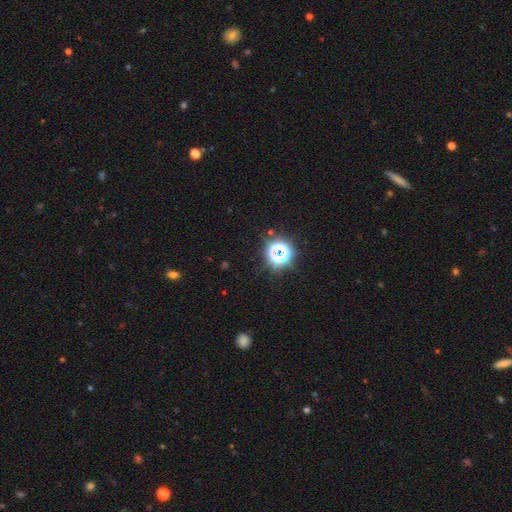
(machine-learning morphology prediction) This appears to be a star or artifact, not a galaxy (79%).